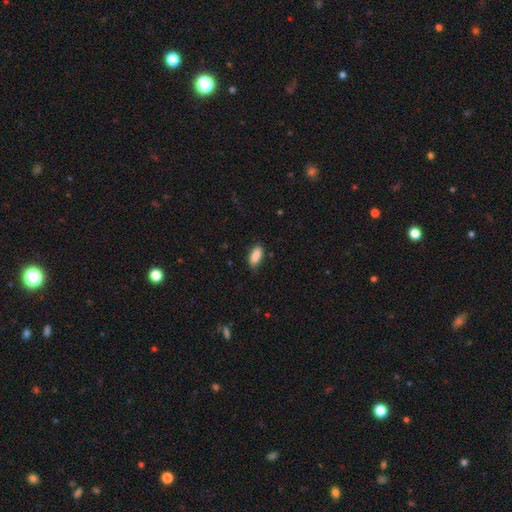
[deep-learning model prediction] Overall: smooth (89%). How rounded: in between (85%). Merging: none (85%).